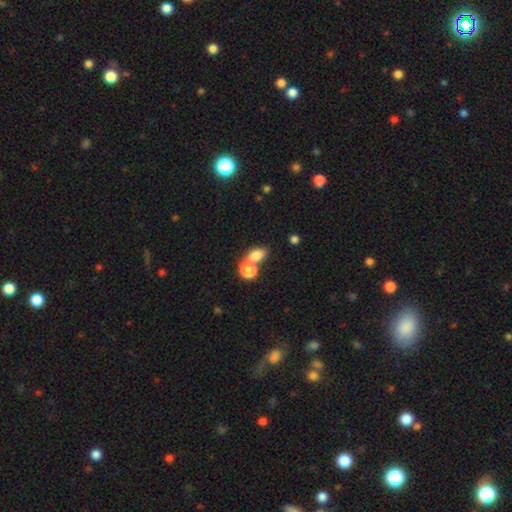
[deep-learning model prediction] Smooth or featured? smooth (80%)
How rounded? in between (76%)
Merging? none (43%)